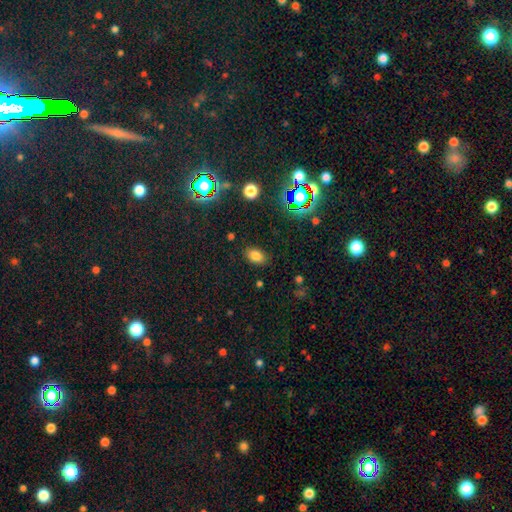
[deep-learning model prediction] A smooth galaxy with no disk features (78%) that is in between round and cigar-shaped (85%). Merging: none (84%).